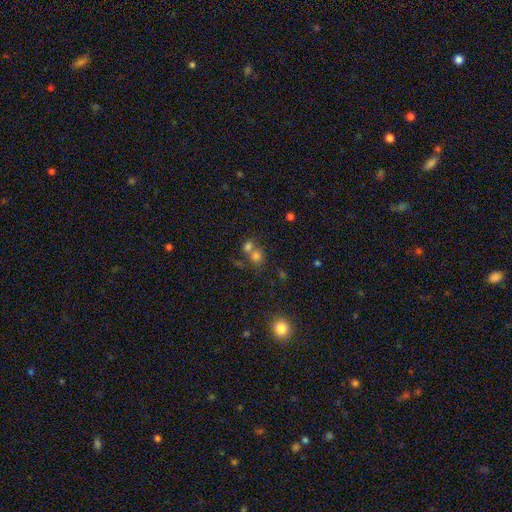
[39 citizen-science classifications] This appears to be a smooth galaxy with no disk features (87%) that is round (88%). Merging: merger (51%).